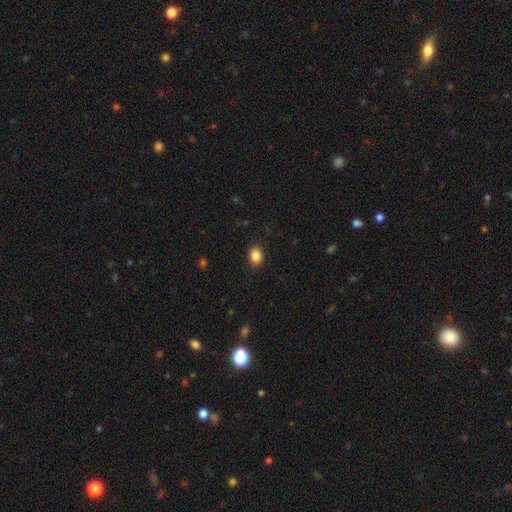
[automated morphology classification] A smooth galaxy with no disk features (86%) that is in between round and cigar-shaped (53%).

Vote fractions:
- Smooth or featured? smooth: 86% / star or artifact: 10% / featured or disk: 4%
- How rounded? in between: 53% / round: 46% / cigar-shaped: 1%
- Merging? none: 89% / minor disturbance: 8% / major disturbance: 2% / merger: 1%